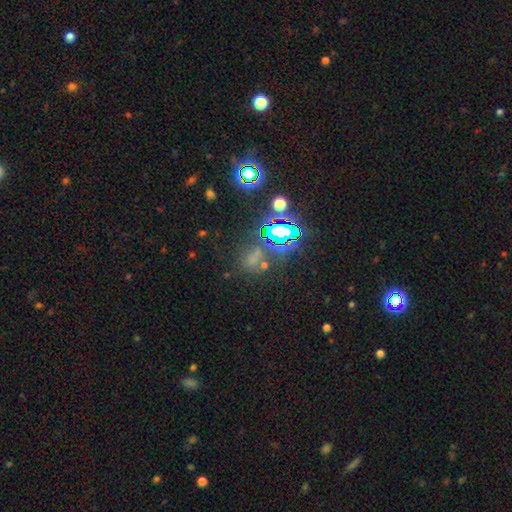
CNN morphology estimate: smooth_or_featured: star or artifact (p=0.67) [alt: smooth p=0.25]